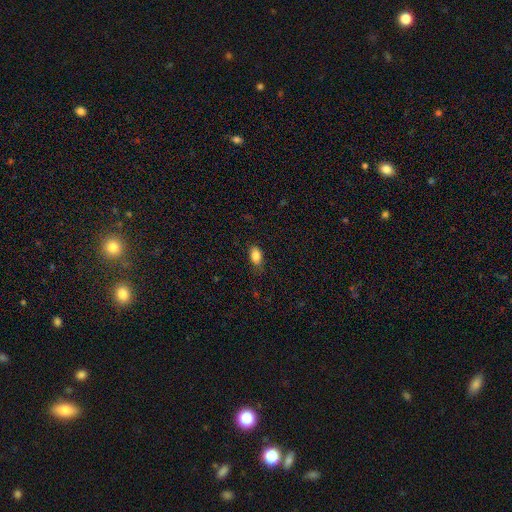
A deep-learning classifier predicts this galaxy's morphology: The model was most divided on "merging": none: 73%, minor disturbance: 21%, major disturbance: 5%, merger: 1%. More confident: how rounded — in between (87%); smooth or featured — smooth (86%).